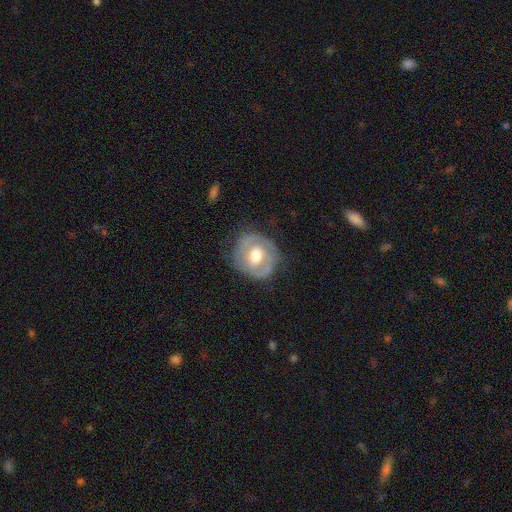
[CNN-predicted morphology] Smooth or featured? Predicted: featured or disk (p=0.65). Edge-on disk? Predicted: no (p=0.96). Bar? Predicted: no (p=0.53). Spiral arms? Predicted: yes (p=0.61). Bulge size? Predicted: moderate (p=0.70). Merging? Predicted: none (p=0.73).